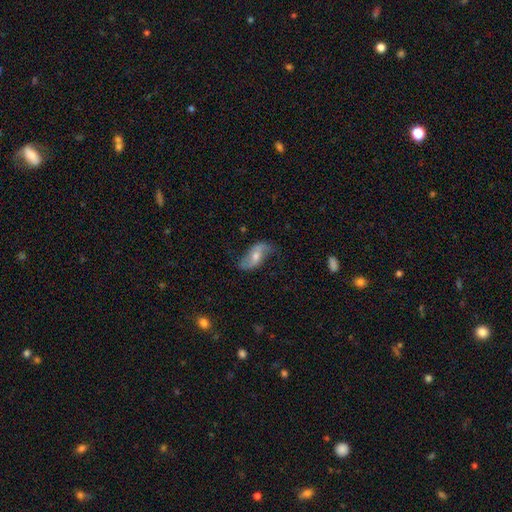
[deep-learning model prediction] This is likely a featured or disk galaxy (70%). It is clearly not viewed edge-on (92%). Bar: marginally weak (38%, tied with no). Spiral arm pattern: clearly yes (89%). Spiral arm count: clearly 2 (90%). Spiral winding: likely loose (79%). Central bulge: possibly moderate (53%). Merging: likely none (69%).